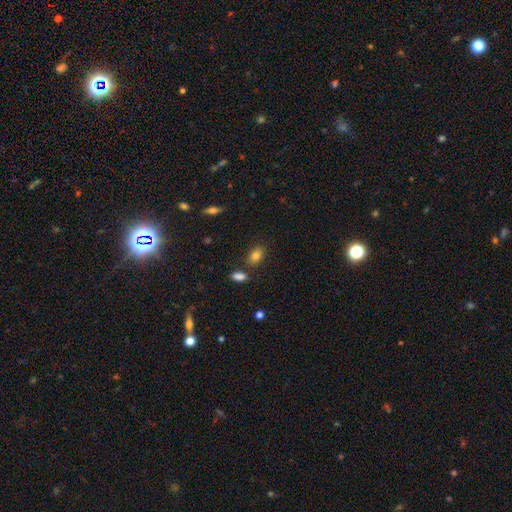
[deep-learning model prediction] Smooth or featured? Predicted: smooth (p=0.83). How rounded? Predicted: in between (p=0.81). Merging? Predicted: none (p=0.78).